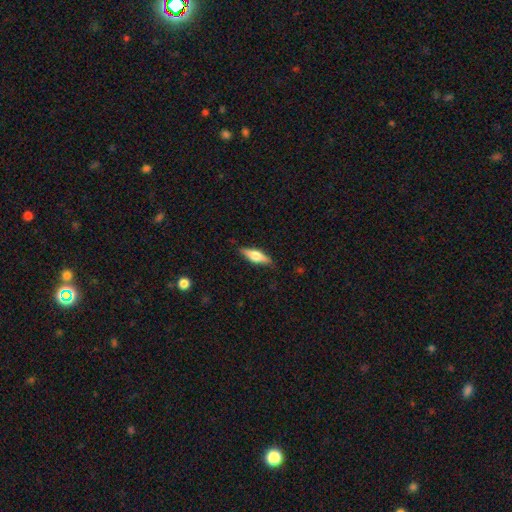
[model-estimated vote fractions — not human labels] A smooth galaxy with no disk features (51%) that is in between round and cigar-shaped (49%).

Vote fractions:
- Smooth or featured? smooth: 51% / featured or disk: 43% / star or artifact: 6%
- How rounded? in between: 49% / cigar-shaped: 48% / round: 3%
- Merging? none: 86% / minor disturbance: 11% / major disturbance: 2% / merger: 1%